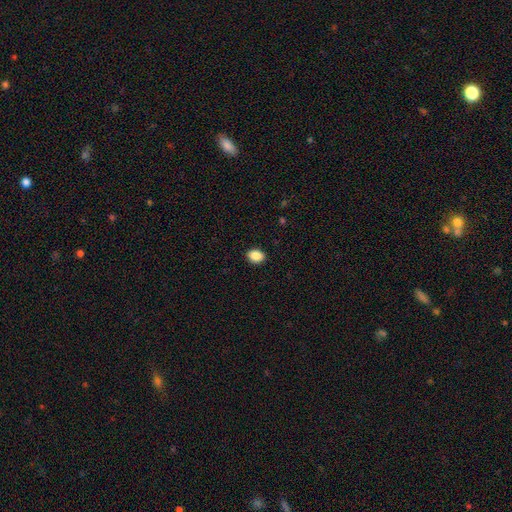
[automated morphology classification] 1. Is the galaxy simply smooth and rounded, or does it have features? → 89% smooth, 8% star or artifact, 3% featured or disk.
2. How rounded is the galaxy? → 64% in between, 36% round, 1% cigar-shaped.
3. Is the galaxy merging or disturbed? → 91% none, 7% minor disturbance, 2% major disturbance, 1% merger.